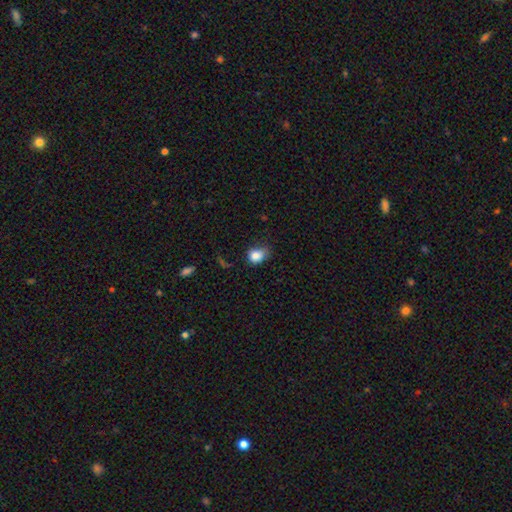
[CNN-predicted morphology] Q: Smooth or featured?
A: smooth (83%); runner-up: star or artifact (10%)
Q: How rounded?
A: in between (50%); runner-up: round (49%)
Q: Merging?
A: none (47%); runner-up: minor disturbance (37%)